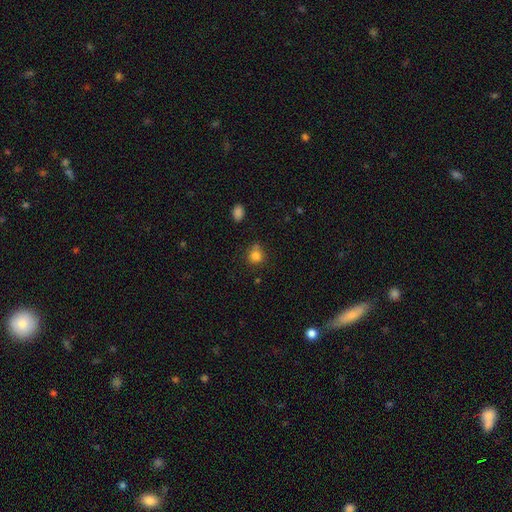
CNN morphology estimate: Smooth or featured: smooth — 82% (star or artifact — 12%)
How rounded: round — 83% (in between — 16%)
Merging: none — 65% (minor disturbance — 20%)